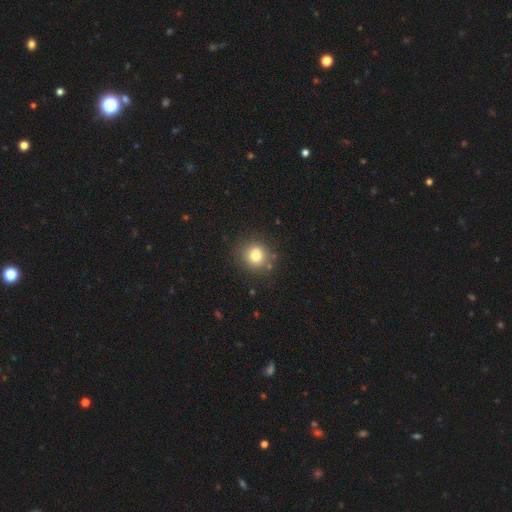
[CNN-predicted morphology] This appears to be a smooth galaxy with no disk features (76%) that is round (88%). Merging: none (83%).